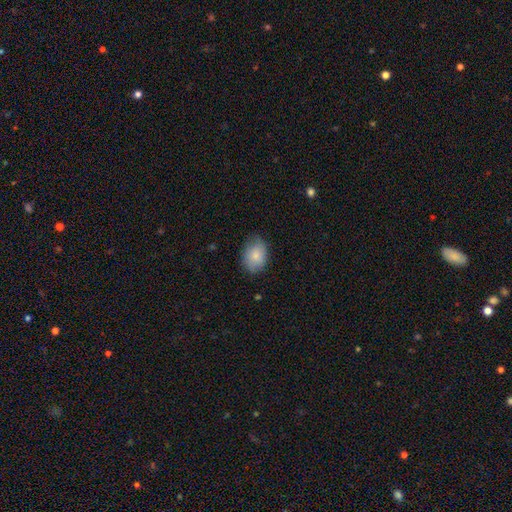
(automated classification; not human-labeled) smooth 83%, featured or disk 10%, star or artifact 7%. Down the decision tree: how rounded — in between (66%); merging — none (69%).